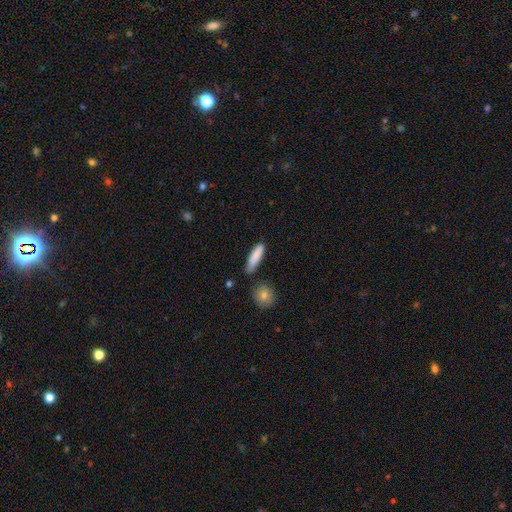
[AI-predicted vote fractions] Morphology: type=smooth (84%); roundness=cigar-shaped (66%); merging=none (71%).